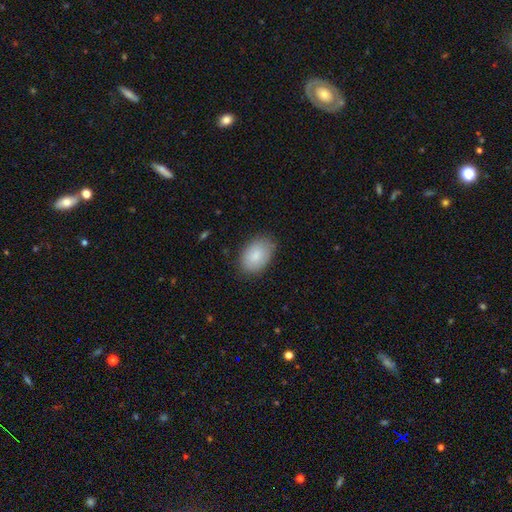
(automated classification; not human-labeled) Q: Smooth or featured?
A: smooth (86%); runner-up: featured or disk (8%)
Q: How rounded?
A: in between (87%); runner-up: round (12%)
Q: Merging?
A: none (81%); runner-up: minor disturbance (15%)